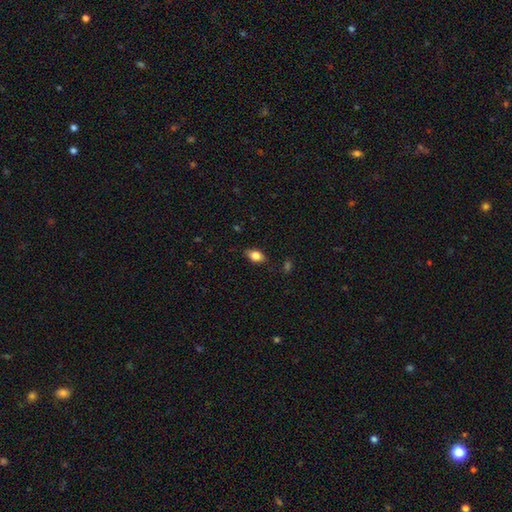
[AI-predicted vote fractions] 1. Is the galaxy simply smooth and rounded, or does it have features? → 78% smooth, 14% featured or disk, 8% star or artifact.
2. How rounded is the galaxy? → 86% in between, 10% round, 5% cigar-shaped.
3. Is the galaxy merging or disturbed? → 82% none, 14% minor disturbance, 3% major disturbance, 1% merger.